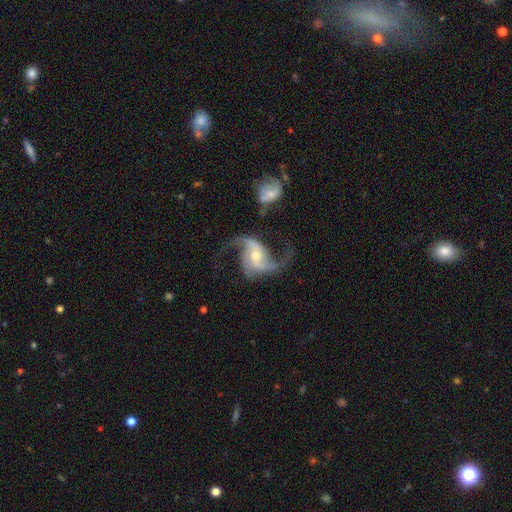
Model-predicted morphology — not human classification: Smooth or featured? Predicted: featured or disk (p=0.90). Edge-on disk? Predicted: no (p=0.97). Bar? Predicted: weak (p=0.37). Spiral arms? Predicted: yes (p=0.97). Spiral winding? Predicted: loose (p=0.72). Spiral arm count? Predicted: 2 (p=0.91). Bulge size? Predicted: small (p=0.48). Merging? Predicted: none (p=0.65).